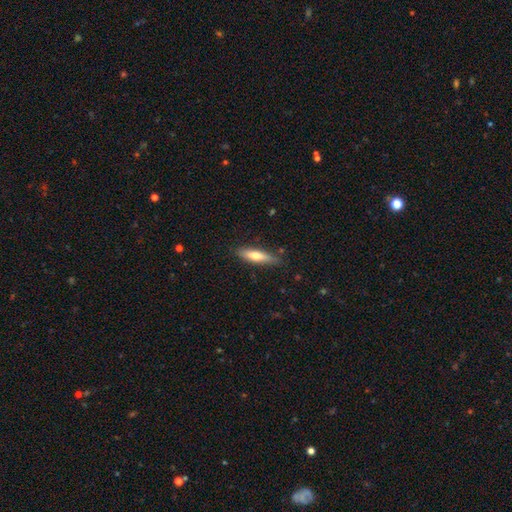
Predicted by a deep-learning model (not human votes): smooth 63%, featured or disk 31%, star or artifact 6%. Down the decision tree: how rounded — cigar-shaped (71%); merging — none (83%).